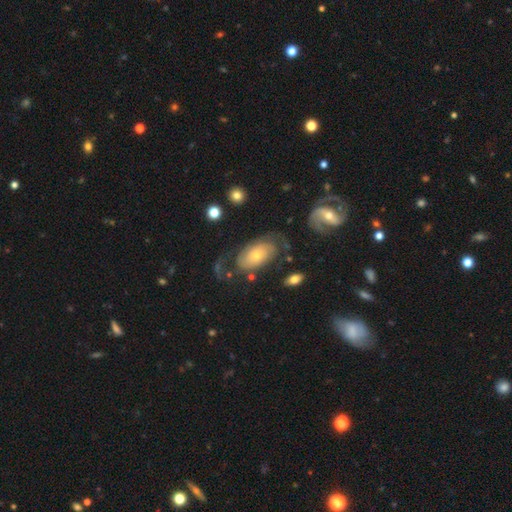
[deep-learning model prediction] Smooth or featured: featured or disk — 66% (smooth — 26%)
Edge-on disk: no — 93% (yes — 7%)
Bar: no — 80% (weak — 16%)
Spiral arms: yes — 81% (no — 19%)
Bulge size: small — 58% (moderate — 36%)
Merging: none — 53% (major disturbance — 23%)